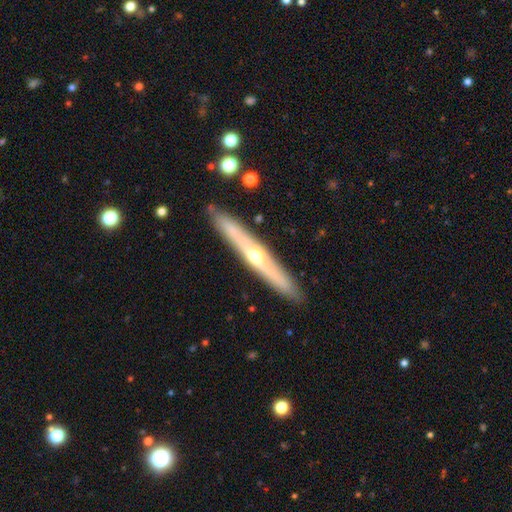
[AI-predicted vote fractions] Q: Smooth or featured?
A: featured or disk (63%); runner-up: smooth (31%)
Q: Edge-on disk?
A: yes (94%); runner-up: no (6%)
Q: Edge-on bulge?
A: rounded (84%); runner-up: none (13%)
Q: Merging?
A: none (89%); runner-up: minor disturbance (8%)